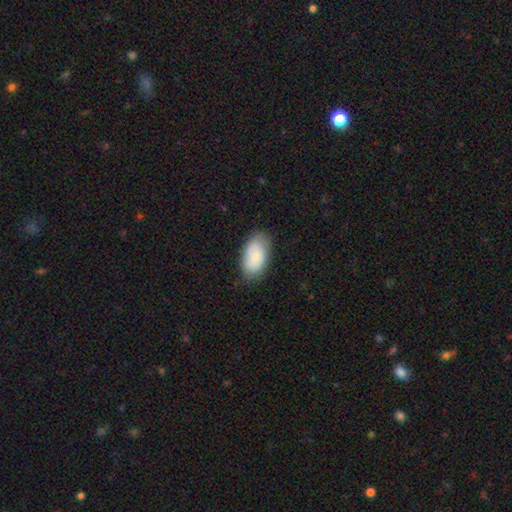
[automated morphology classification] This appears to be a smooth galaxy with no disk features (79%) that is in between round and cigar-shaped (94%). Merging: none (77%).